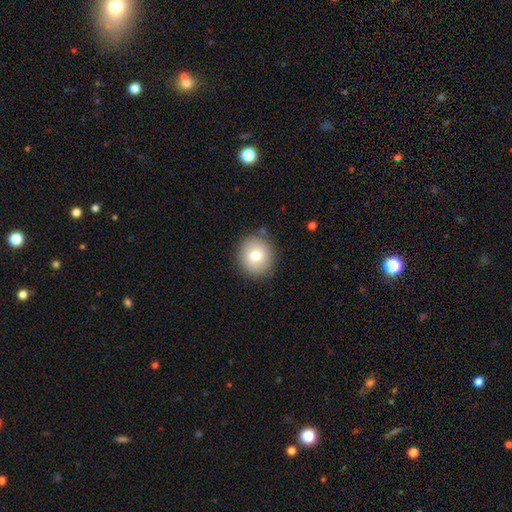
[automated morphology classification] Q: Smooth or featured?
A: smooth (77%); runner-up: featured or disk (14%)
Q: How rounded?
A: round (82%); runner-up: in between (17%)
Q: Merging?
A: none (86%); runner-up: minor disturbance (9%)